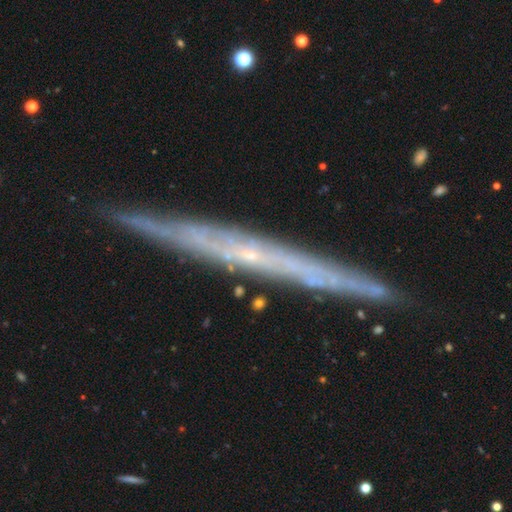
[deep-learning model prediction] This is likely a featured or disk galaxy (76%). It is clearly viewed edge-on (94%). Edge-on bulge: likely none (76%). Merging: clearly none (88%).